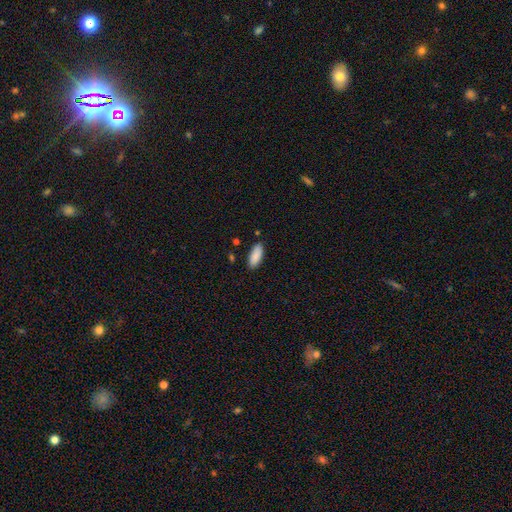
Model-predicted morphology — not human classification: smooth 90%, star or artifact 6%, featured or disk 4%. Down the decision tree: how rounded — in between (83%); merging — none (85%).